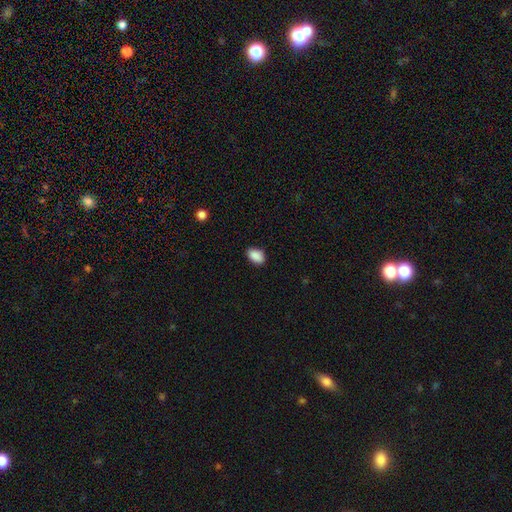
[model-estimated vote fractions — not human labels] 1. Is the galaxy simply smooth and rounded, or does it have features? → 89% smooth, 8% star or artifact, 3% featured or disk.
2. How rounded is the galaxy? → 86% in between, 12% round, 1% cigar-shaped.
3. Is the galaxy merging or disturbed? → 83% none, 13% minor disturbance, 2% major disturbance, 1% merger.